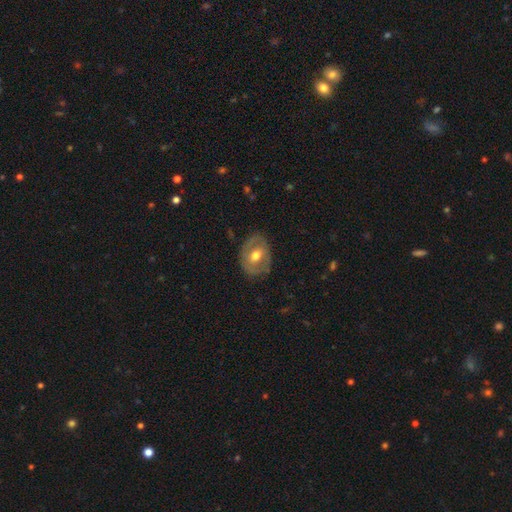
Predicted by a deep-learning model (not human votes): Q: Smooth or featured?
A: featured or disk (52%); runner-up: smooth (42%)
Q: Edge-on disk?
A: no (93%); runner-up: yes (7%)
Q: Merging?
A: none (79%); runner-up: minor disturbance (15%)